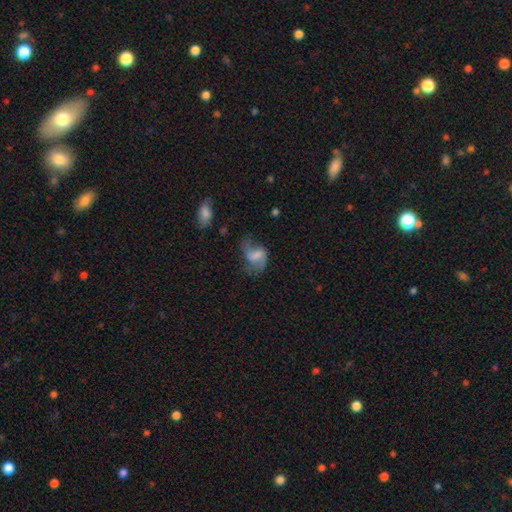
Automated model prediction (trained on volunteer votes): Q: Smooth or featured?
A: featured or disk (59%); runner-up: smooth (32%)
Q: Edge-on disk?
A: no (97%); runner-up: yes (3%)
Q: Bar?
A: weak (47%); runner-up: no (32%)
Q: Spiral arms?
A: yes (82%); runner-up: no (18%)
Q: Bulge size?
A: none (41%); runner-up: small (24%)
Q: Merging?
A: none (44%); runner-up: major disturbance (27%)